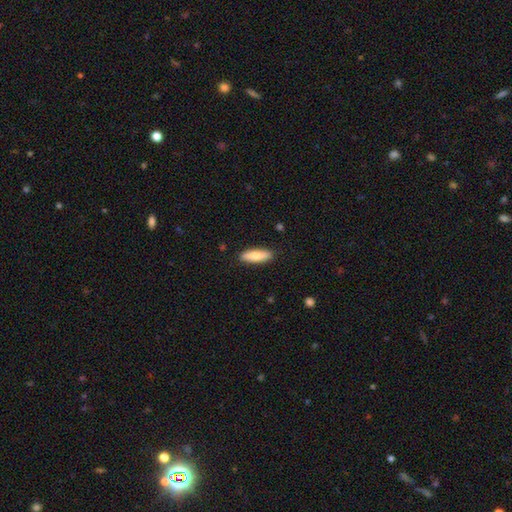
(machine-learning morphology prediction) Smooth or featured? smooth (79%)
How rounded? cigar-shaped (52%)
Merging? none (88%)